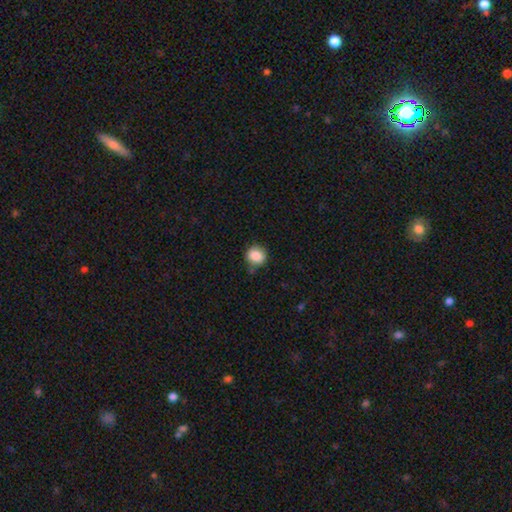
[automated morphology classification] Q: Smooth or featured?
A: smooth (86%); runner-up: star or artifact (9%)
Q: How rounded?
A: round (82%); runner-up: in between (17%)
Q: Merging?
A: none (81%); runner-up: minor disturbance (14%)